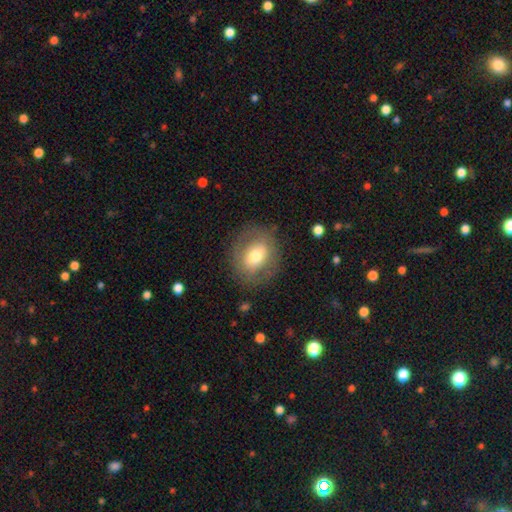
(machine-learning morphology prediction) smooth_or_featured: smooth (p=0.61) [alt: featured or disk p=0.31]
how_rounded: round (p=0.65) [alt: in between p=0.34]
merging: none (p=0.80) [alt: minor disturbance p=0.12]